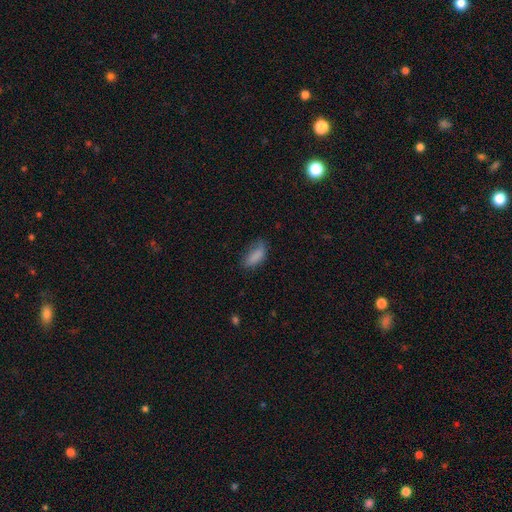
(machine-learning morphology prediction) Smooth or featured: smooth — 83% (star or artifact — 8%)
How rounded: in between — 83% (cigar-shaped — 14%)
Merging: none — 57% (minor disturbance — 31%)